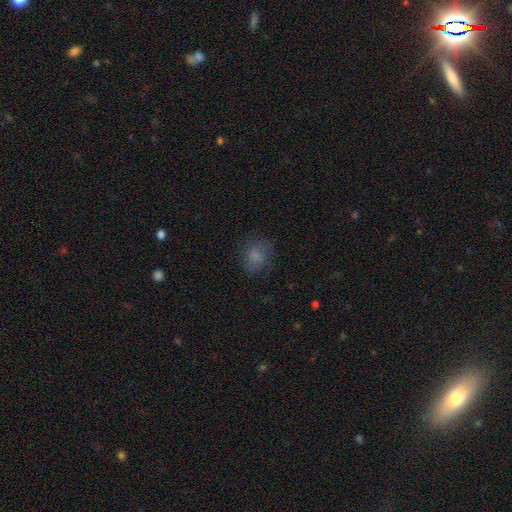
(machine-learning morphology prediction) Smooth or featured?
  - smooth: 73% *
  - featured or disk: 15%
  - star or artifact: 12%
How rounded?
  - round: 63% *
  - in between: 36%
  - cigar-shaped: 1%
Merging?
  - none: 68% *
  - minor disturbance: 20%
  - major disturbance: 11%
  - merger: 1%